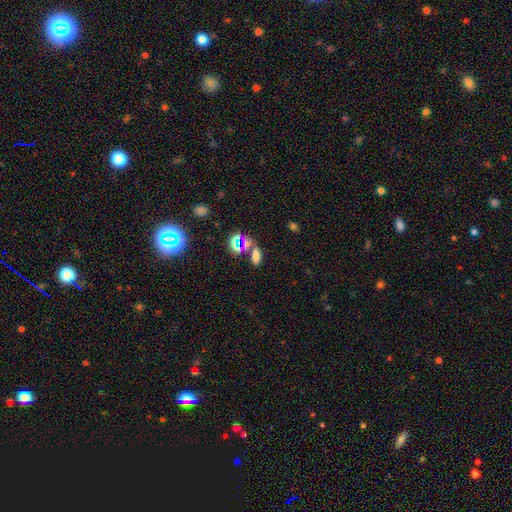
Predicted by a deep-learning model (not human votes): smooth_or_featured: smooth (p=0.63) [alt: star or artifact p=0.27]
how_rounded: in between (p=0.77) [alt: cigar-shaped p=0.14]
merging: none (p=0.56) [alt: merger p=0.28]